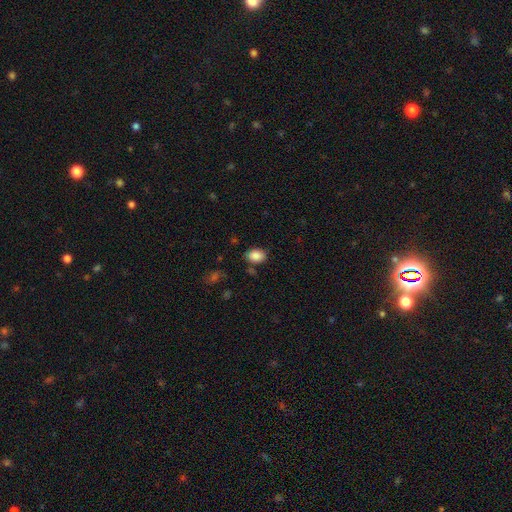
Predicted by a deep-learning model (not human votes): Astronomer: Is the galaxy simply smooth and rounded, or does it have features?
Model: smooth — 87%.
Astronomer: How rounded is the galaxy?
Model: in between — 75%.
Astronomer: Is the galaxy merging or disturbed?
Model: none — 79%.